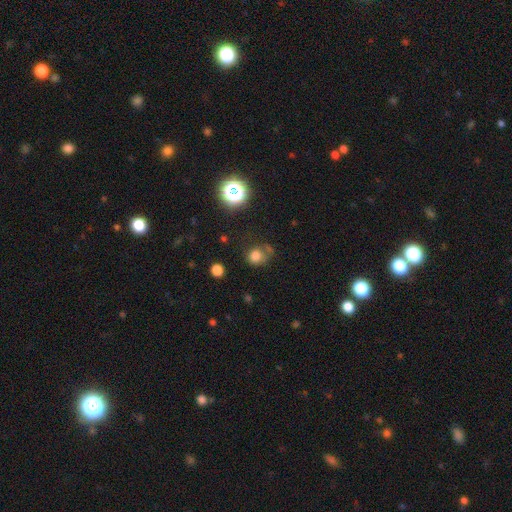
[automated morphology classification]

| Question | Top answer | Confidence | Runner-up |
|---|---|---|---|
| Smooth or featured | smooth | 74% | star or artifact (17%) |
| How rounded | round | 72% | in between (27%) |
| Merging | none | 54% | minor disturbance (23%) |